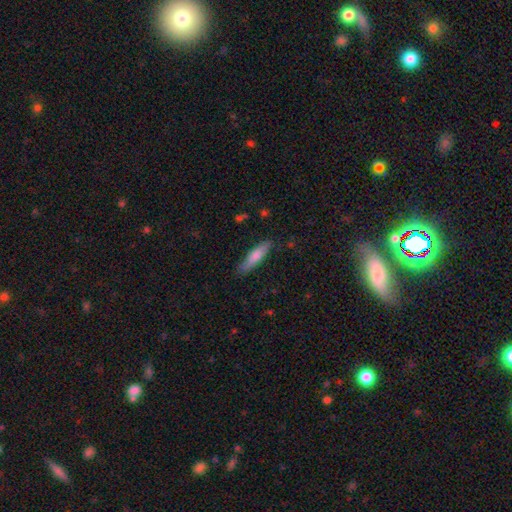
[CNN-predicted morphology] Smooth or featured? Predicted: smooth (p=0.74). How rounded? Predicted: cigar-shaped (p=0.76). Merging? Predicted: none (p=0.81).